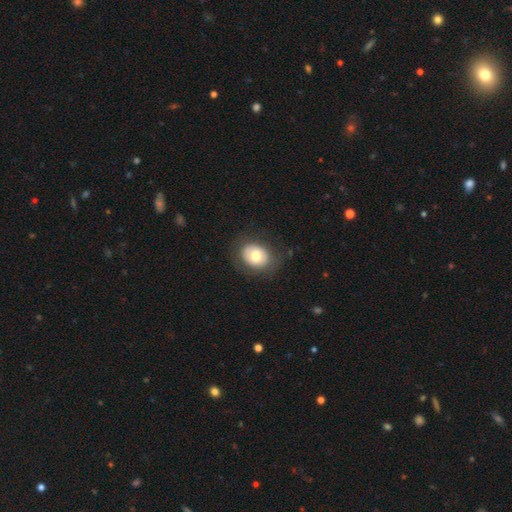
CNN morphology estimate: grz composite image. It shows a smooth galaxy with no disk features (64%) that is round (52%). Merging: none (79%).